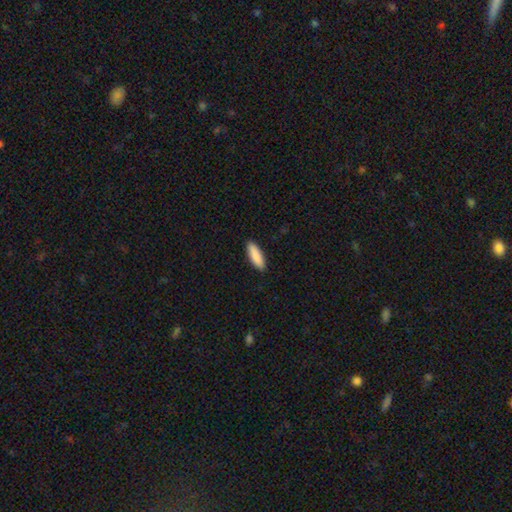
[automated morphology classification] Smooth or featured? smooth (89%)
How rounded? in between (50%)
Merging? none (91%)